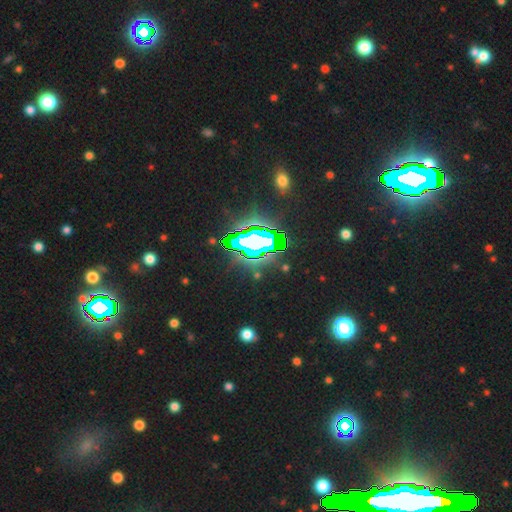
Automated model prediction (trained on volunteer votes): Smooth or featured? star or artifact (82%)